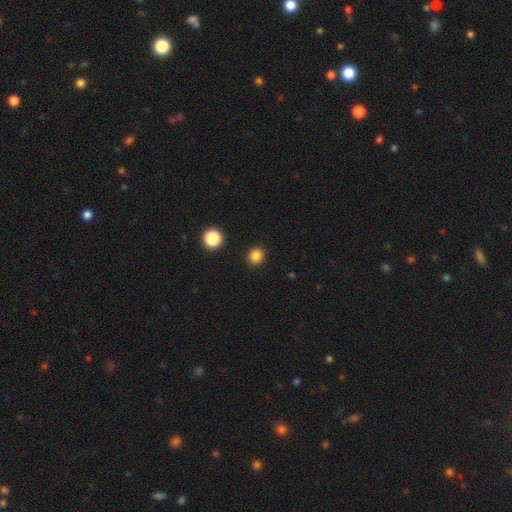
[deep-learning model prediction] The model was most divided on "smooth or featured": smooth: 84%, star or artifact: 13%, featured or disk: 3%. More confident: merging — none (91%); how rounded — round (86%).